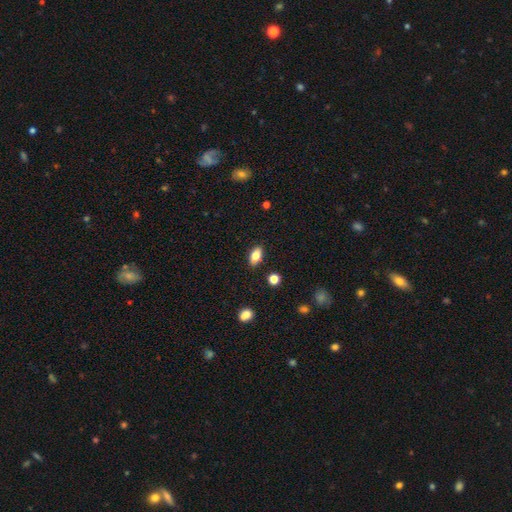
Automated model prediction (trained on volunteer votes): smooth_or_featured: smooth (p=0.79) [alt: featured or disk p=0.13]
how_rounded: in between (p=0.86) [alt: cigar-shaped p=0.08]
merging: none (p=0.84) [alt: minor disturbance p=0.11]